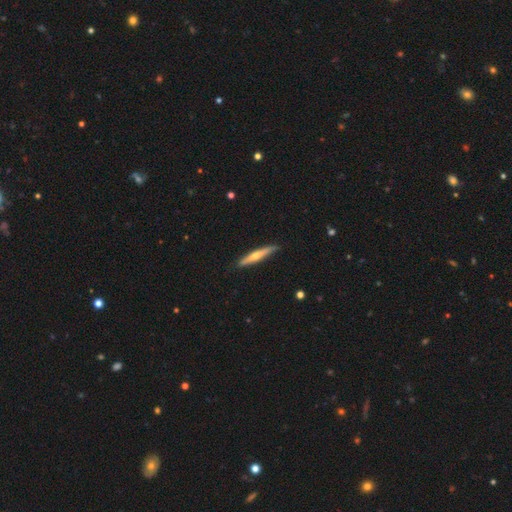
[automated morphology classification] A featured or disk galaxy (58%) viewed edge-on (96%) with a rounded central bulge (84%). Merging: none (88%).